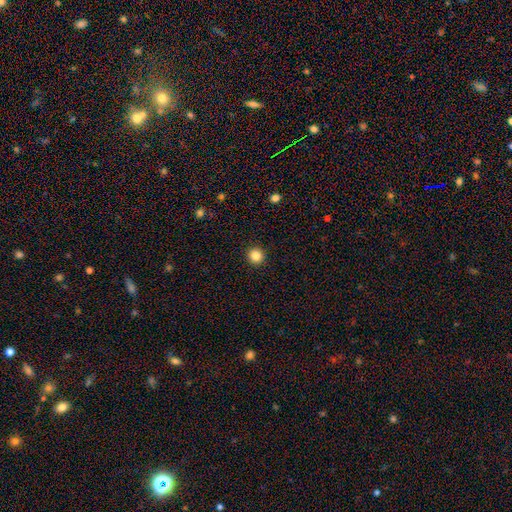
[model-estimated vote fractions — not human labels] smooth_or_featured: smooth (p=0.85) [alt: star or artifact p=0.11]
how_rounded: round (p=0.95) [alt: in between p=0.04]
merging: none (p=0.93) [alt: minor disturbance p=0.04]